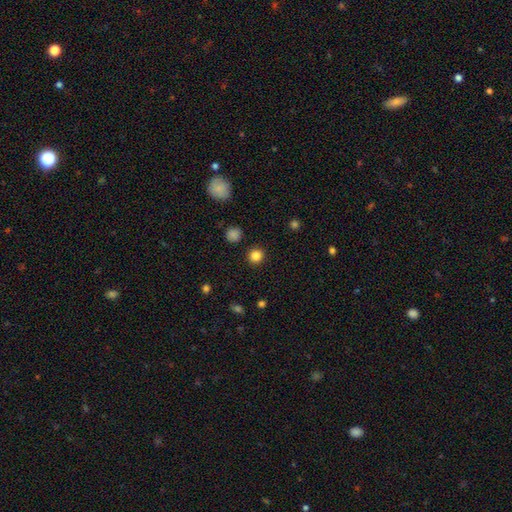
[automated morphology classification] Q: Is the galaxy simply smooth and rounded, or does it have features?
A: smooth — 85%.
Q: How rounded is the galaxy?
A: round — 93%.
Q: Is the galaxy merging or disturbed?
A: none — 92%.